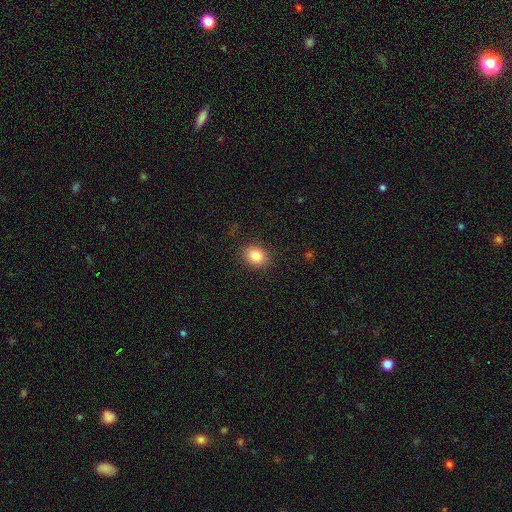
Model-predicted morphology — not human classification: This appears to be a smooth galaxy with no disk features (84%) that is round (53%). Merging: none (88%).